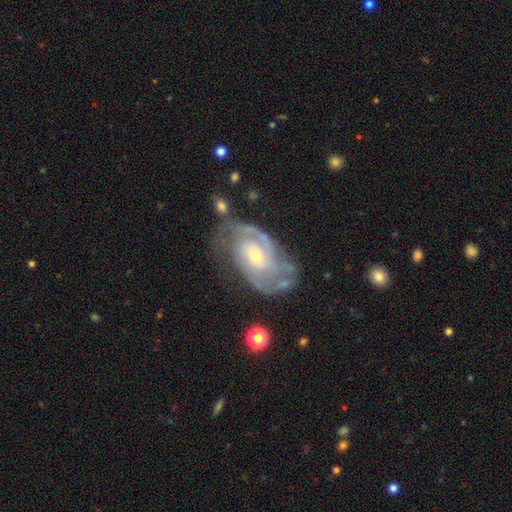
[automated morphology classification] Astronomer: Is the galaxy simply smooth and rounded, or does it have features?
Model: featured or disk — 87%.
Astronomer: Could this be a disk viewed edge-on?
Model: no — 96%.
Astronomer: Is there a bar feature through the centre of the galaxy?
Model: no — 63%.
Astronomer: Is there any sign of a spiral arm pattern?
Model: yes — 95%.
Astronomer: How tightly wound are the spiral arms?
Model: tight — 53% (runner-up: medium, 37%).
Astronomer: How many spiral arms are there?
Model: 2 — 48%.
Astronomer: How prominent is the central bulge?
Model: small — 58% (runner-up: moderate, 38%).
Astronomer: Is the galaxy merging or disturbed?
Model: none — 55%.